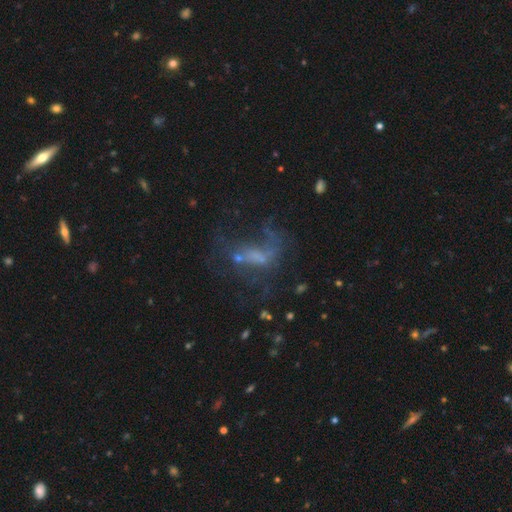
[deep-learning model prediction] The model was most divided on "merging": major disturbance: 40%, none: 35%, minor disturbance: 15%, merger: 11%. Remaining: edge-on disk — no (94%); spiral arms — no (64%); bar — no (64%); smooth or featured — featured or disk (54%); bulge size — none (47%).